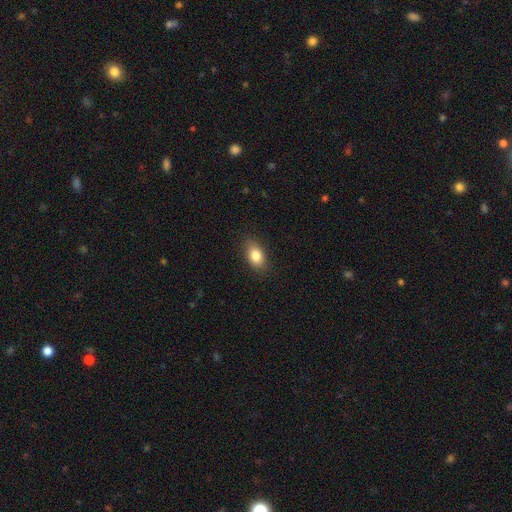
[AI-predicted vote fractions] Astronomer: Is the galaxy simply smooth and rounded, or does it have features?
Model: smooth — 83%.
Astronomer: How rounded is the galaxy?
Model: in between — 86%.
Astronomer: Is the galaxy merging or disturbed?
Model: none — 85%.